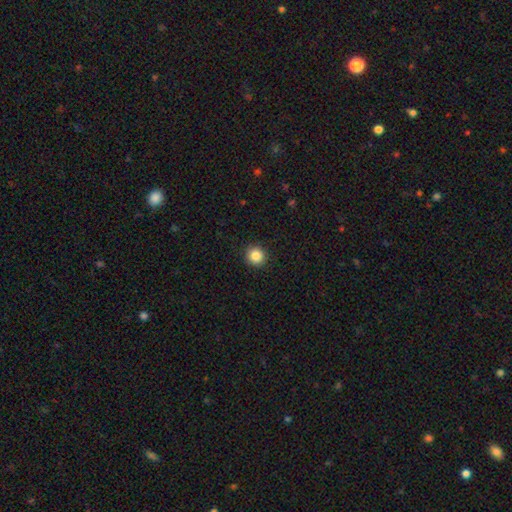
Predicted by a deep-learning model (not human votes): Q: Smooth or featured?
A: smooth (86%); runner-up: star or artifact (10%)
Q: How rounded?
A: round (93%); runner-up: in between (6%)
Q: Merging?
A: none (92%); runner-up: minor disturbance (5%)